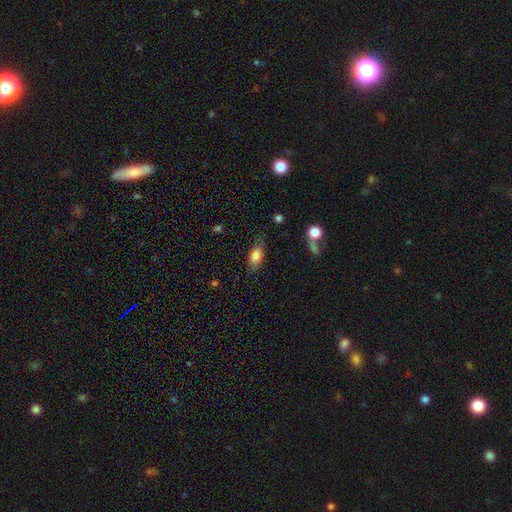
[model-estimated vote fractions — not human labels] smooth-or-featured: smooth: 73% | featured or disk: 19% | star or artifact: 7%
  how-rounded: in between: 86% | cigar-shaped: 9% | round: 6%
  merging: none: 70% | minor disturbance: 20% | major disturbance: 7% | merger: 3%